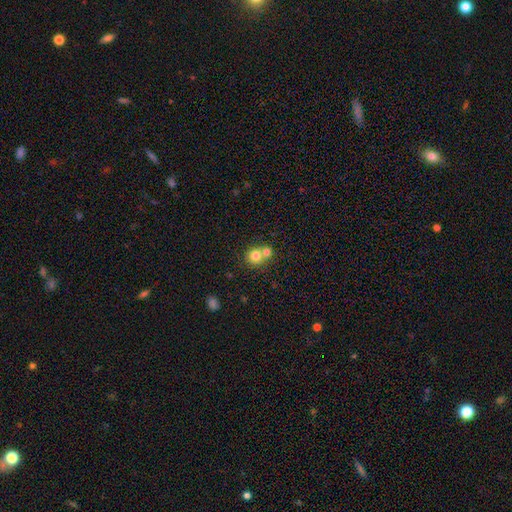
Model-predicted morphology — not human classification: Q: Smooth or featured?
A: smooth (77%); runner-up: featured or disk (12%)
Q: How rounded?
A: round (85%); runner-up: in between (14%)
Q: Merging?
A: merger (51%); runner-up: none (41%)